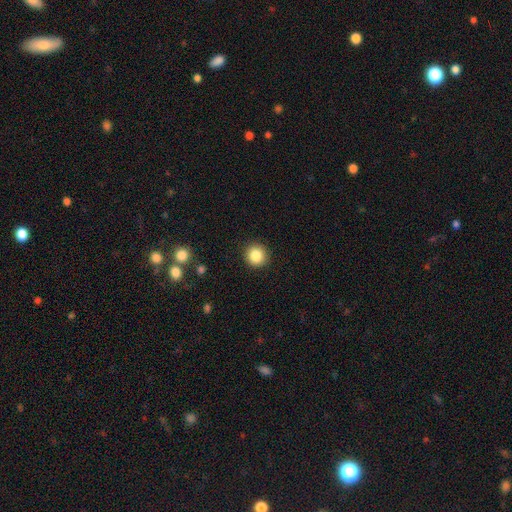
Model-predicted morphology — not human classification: smooth-or-featured: smooth: 85% | star or artifact: 10% | featured or disk: 5%
  how-rounded: round: 92% | in between: 7% | cigar-shaped: 1%
  merging: none: 91% | minor disturbance: 6% | major disturbance: 2% | merger: 1%